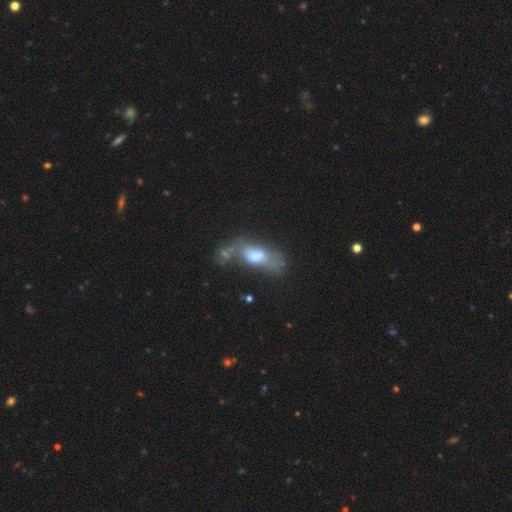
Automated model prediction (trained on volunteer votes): Smooth or featured: featured or disk — 46% (smooth — 42%)
Merging: none — 34% (merger — 23%)